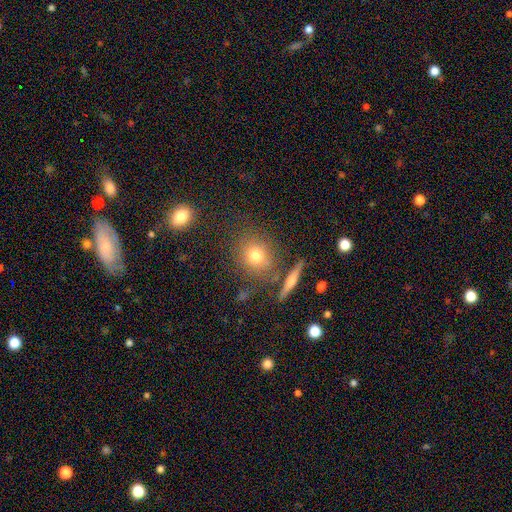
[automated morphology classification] Smooth or featured?
  - smooth: 71% *
  - featured or disk: 14%
  - star or artifact: 14%
How rounded?
  - round: 77% *
  - in between: 21%
  - cigar-shaped: 3%
Merging?
  - none: 75% *
  - minor disturbance: 11%
  - merger: 9%
  - major disturbance: 5%